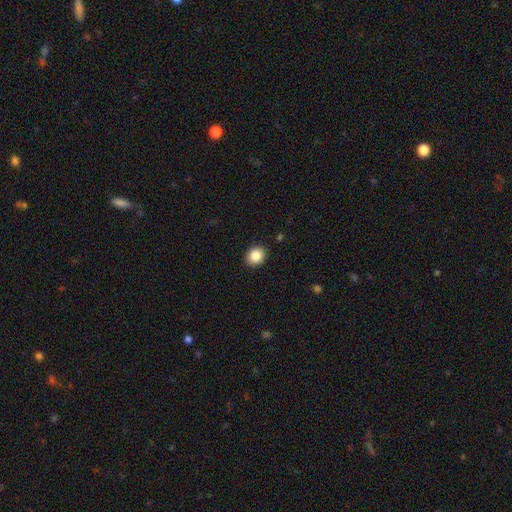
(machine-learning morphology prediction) smooth 87%, star or artifact 9%, featured or disk 4%. Down the decision tree: how rounded — round (64%); merging — none (90%).